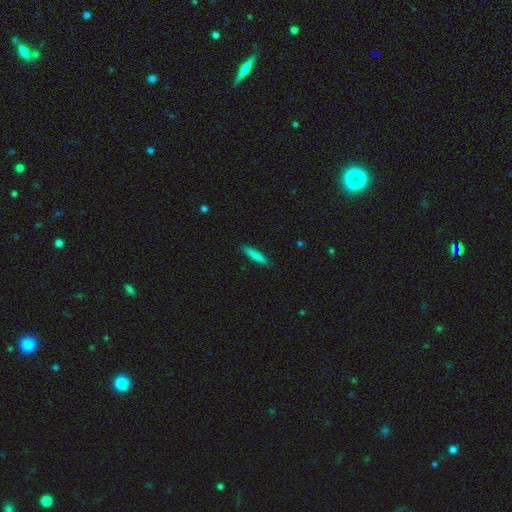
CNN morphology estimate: Smooth or featured?
  - smooth: 82% *
  - featured or disk: 12%
  - star or artifact: 6%
How rounded?
  - cigar-shaped: 89% *
  - in between: 10%
  - round: 1%
Merging?
  - none: 90% *
  - minor disturbance: 8%
  - major disturbance: 2%
  - merger: 1%